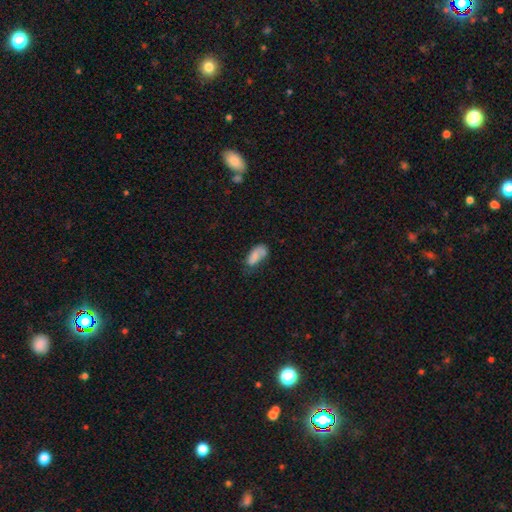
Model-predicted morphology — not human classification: smooth-or-featured: smooth: 71% | featured or disk: 20% | star or artifact: 8%
  how-rounded: in between: 89% | cigar-shaped: 7% | round: 3%
  merging: none: 42% | minor disturbance: 31% | major disturbance: 15% | merger: 11%